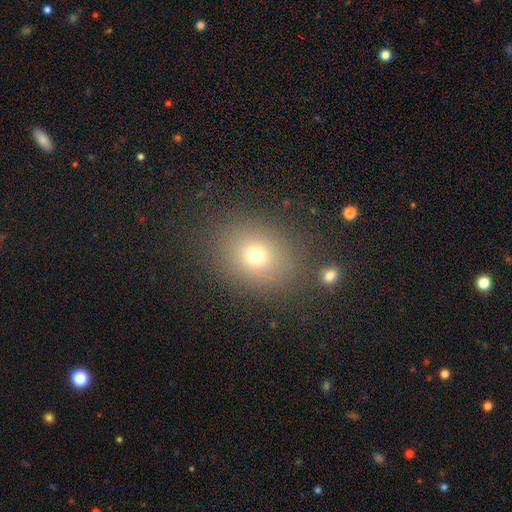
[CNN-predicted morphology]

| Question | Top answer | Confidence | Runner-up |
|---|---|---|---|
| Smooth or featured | smooth | 69% | star or artifact (18%) |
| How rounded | round | 56% | in between (43%) |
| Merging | none | 82% | minor disturbance (10%) |